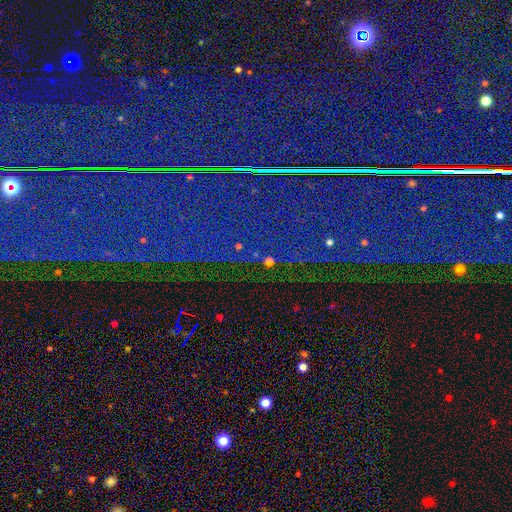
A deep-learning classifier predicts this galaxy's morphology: smooth-or-featured: star or artifact: 87% | featured or disk: 7% | smooth: 6%